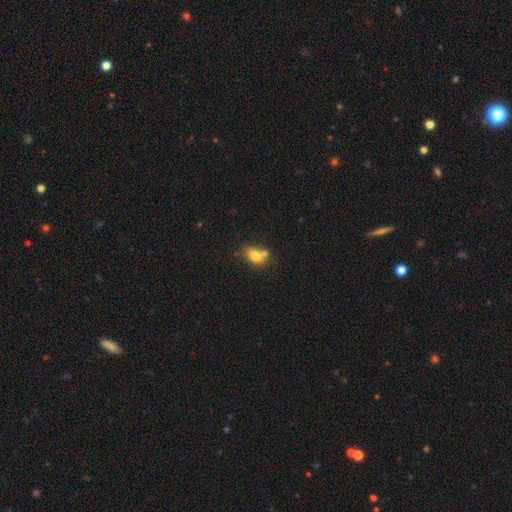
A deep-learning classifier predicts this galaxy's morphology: Smooth or featured: smooth — 76% (featured or disk — 14%)
How rounded: in between — 71% (round — 27%)
Merging: none — 47% (merger — 35%)